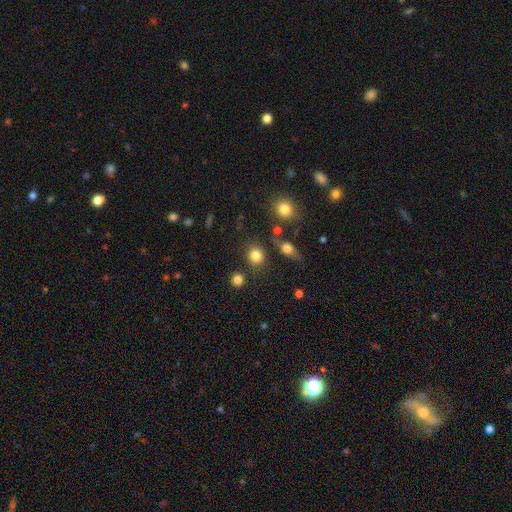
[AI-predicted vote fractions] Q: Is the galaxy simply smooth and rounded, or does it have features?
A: smooth — 82%.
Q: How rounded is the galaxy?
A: round — 81%.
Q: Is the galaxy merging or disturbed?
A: none — 79%.